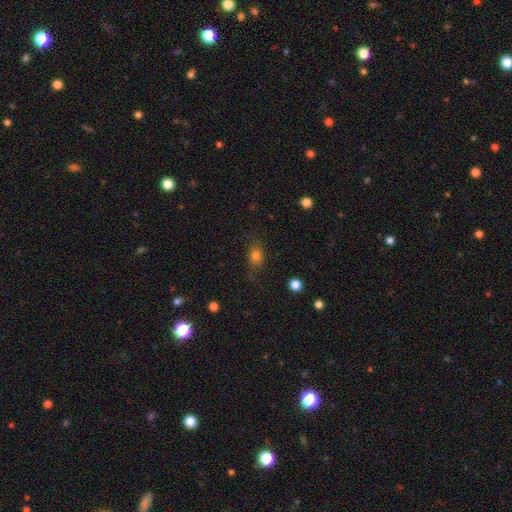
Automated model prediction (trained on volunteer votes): Smooth or featured: smooth — 79% (star or artifact — 13%)
How rounded: in between — 68% (round — 28%)
Merging: none — 70% (minor disturbance — 19%)